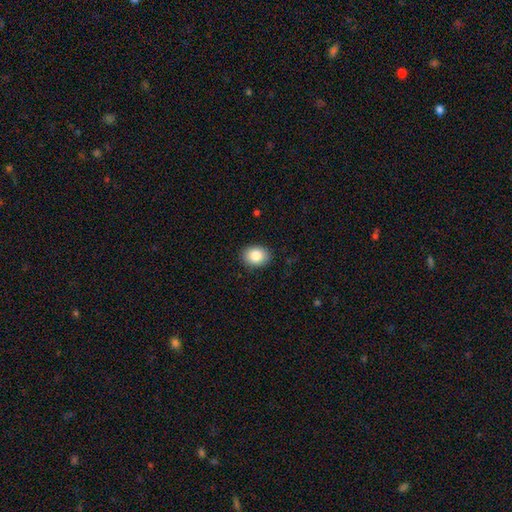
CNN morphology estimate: This is clearly a smooth galaxy (85%). How rounded: possibly in between (57%). Merging: clearly none (89%).